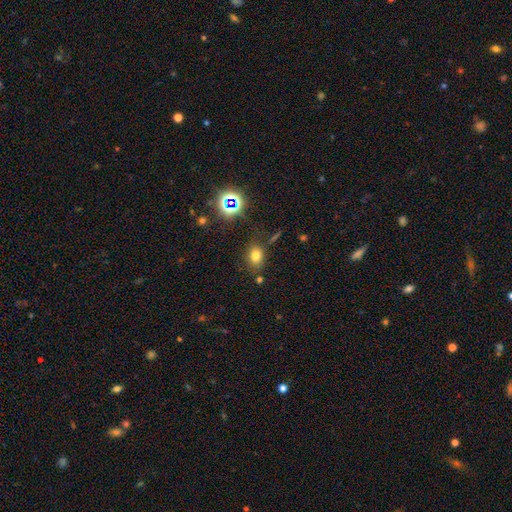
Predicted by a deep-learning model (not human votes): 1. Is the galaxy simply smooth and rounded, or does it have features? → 71% smooth, 19% star or artifact, 9% featured or disk.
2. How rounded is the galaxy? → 63% in between, 36% round, 1% cigar-shaped.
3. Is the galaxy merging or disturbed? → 76% none, 13% minor disturbance, 6% merger, 5% major disturbance.